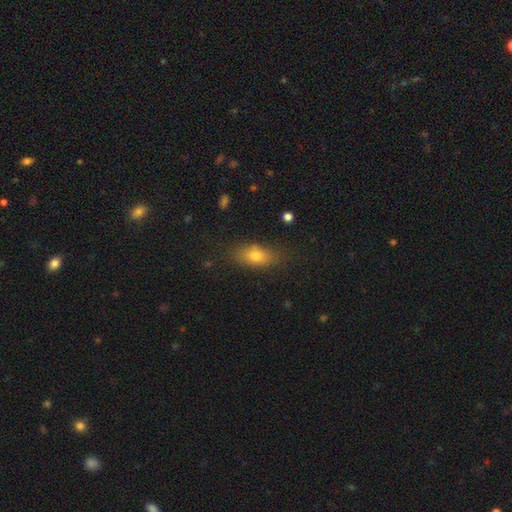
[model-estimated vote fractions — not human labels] Smooth or featured: smooth — 72% (featured or disk — 16%)
How rounded: in between — 76% (cigar-shaped — 15%)
Merging: none — 81% (minor disturbance — 13%)